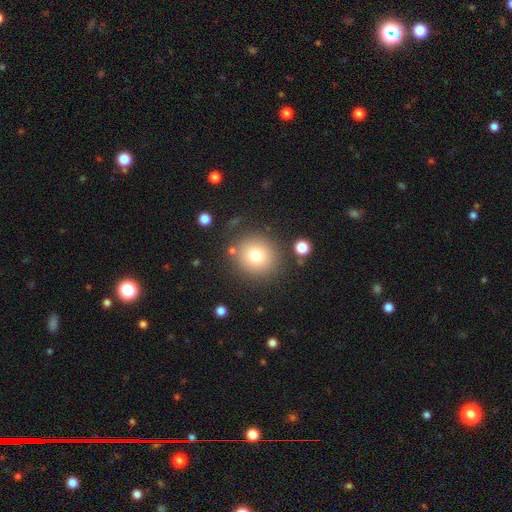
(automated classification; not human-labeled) smooth-or-featured: smooth: 76% | star or artifact: 12% | featured or disk: 11%
  how-rounded: round: 92% | in between: 7% | cigar-shaped: 1%
  merging: none: 82% | minor disturbance: 9% | merger: 4% | major disturbance: 4%